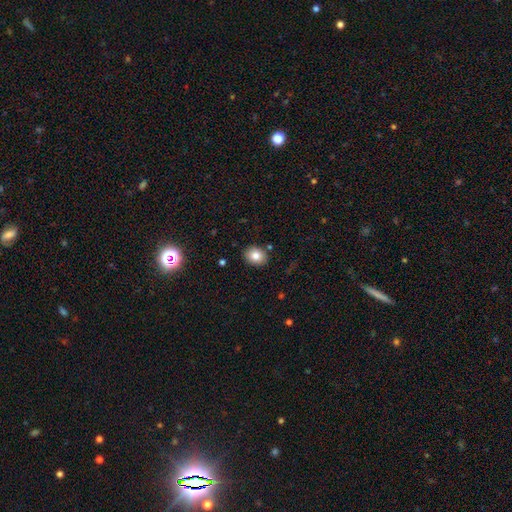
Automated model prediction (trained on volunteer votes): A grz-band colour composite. It shows a smooth galaxy with no disk features (82%) that is round (59%). Merging: none (87%).